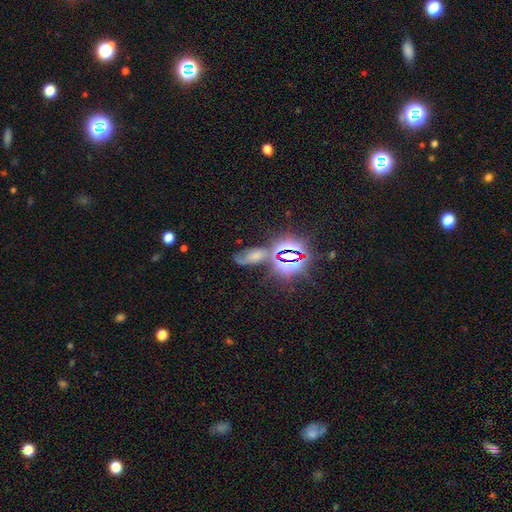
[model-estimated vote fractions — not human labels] Morphology: type=star or artifact (40%).